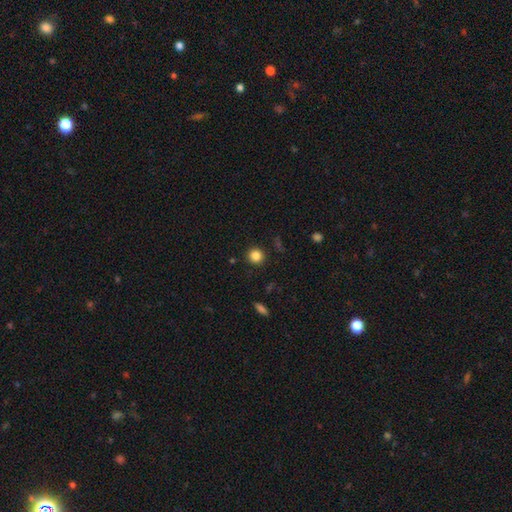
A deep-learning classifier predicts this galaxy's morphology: This is clearly a smooth galaxy (84%). How rounded: clearly round (93%). Merging: clearly none (90%).